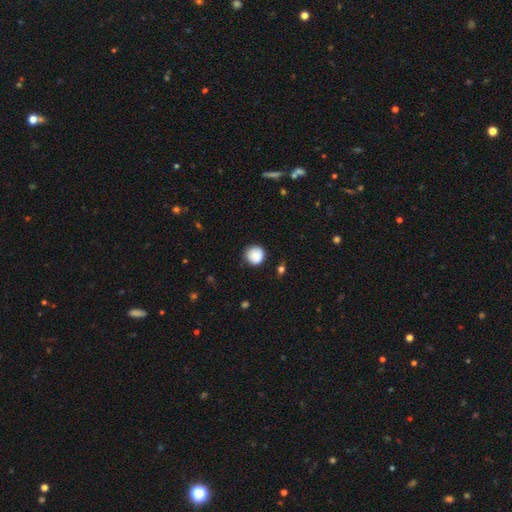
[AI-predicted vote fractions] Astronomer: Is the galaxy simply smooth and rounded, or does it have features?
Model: smooth — 82%.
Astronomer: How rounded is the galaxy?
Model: round — 94%.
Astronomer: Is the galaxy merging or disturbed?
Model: none — 80%.